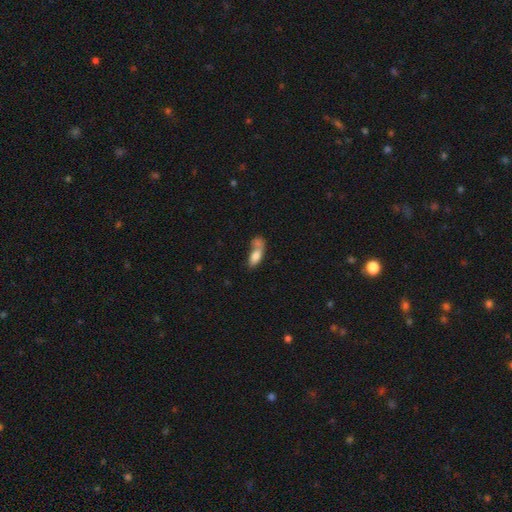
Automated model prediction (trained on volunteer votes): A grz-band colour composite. It shows a smooth galaxy with no disk features (76%) that is in between round and cigar-shaped (79%). Merging: merger (46%).